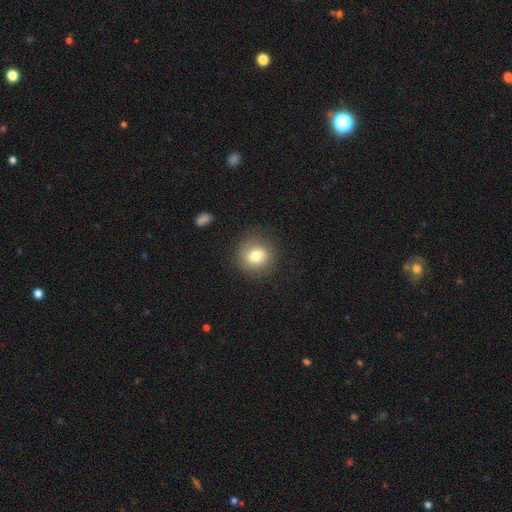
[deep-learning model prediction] smooth-or-featured: smooth: 75% | featured or disk: 14% | star or artifact: 11%
  how-rounded: round: 89% | in between: 10% | cigar-shaped: 1%
  merging: none: 83% | minor disturbance: 11% | major disturbance: 4% | merger: 1%